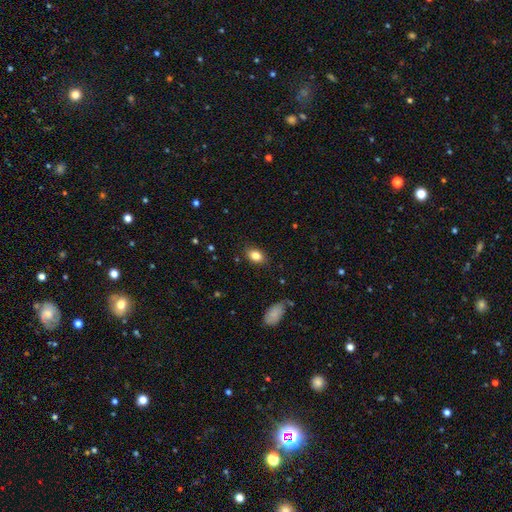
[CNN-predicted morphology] A smooth galaxy with no disk features (83%) that is in between round and cigar-shaped (82%).

Vote fractions:
- Smooth or featured? smooth: 83% / star or artifact: 9% / featured or disk: 8%
- How rounded? in between: 82% / round: 16% / cigar-shaped: 2%
- Merging? none: 84% / minor disturbance: 12% / major disturbance: 3% / merger: 1%